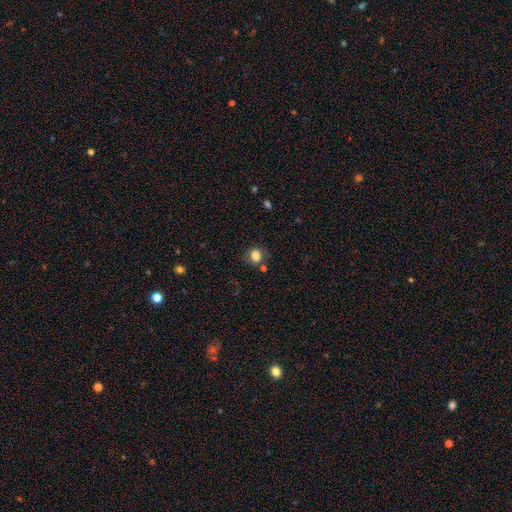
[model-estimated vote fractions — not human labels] A smooth galaxy with no disk features (80%) that is round (65%).

Vote fractions:
- Smooth or featured? smooth: 80% / star or artifact: 11% / featured or disk: 10%
- How rounded? round: 65% / in between: 34% / cigar-shaped: 1%
- Merging? none: 67% / minor disturbance: 19% / major disturbance: 8% / merger: 6%